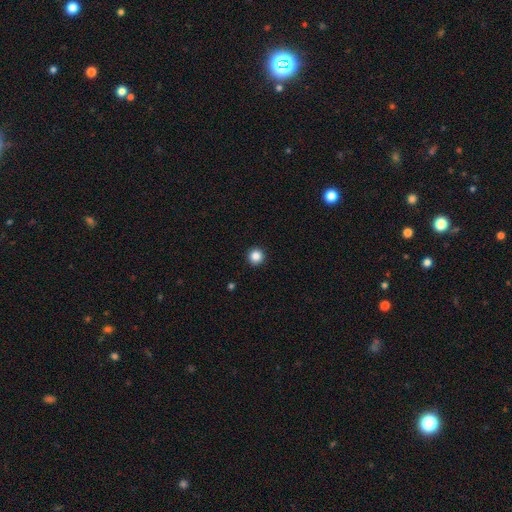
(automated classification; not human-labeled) Q: Smooth or featured?
A: smooth (86%); runner-up: star or artifact (11%)
Q: How rounded?
A: round (96%); runner-up: in between (3%)
Q: Merging?
A: none (93%); runner-up: minor disturbance (4%)